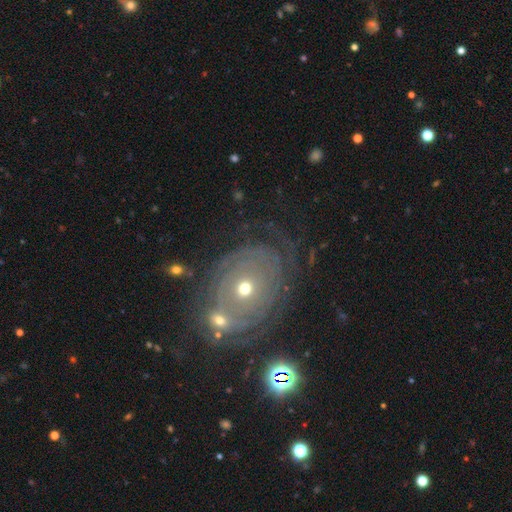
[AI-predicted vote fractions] A featured or disk galaxy (56%) with no bar (86%), spiral arms (68%) and a small central bulge (58%). Merging: none (69%).